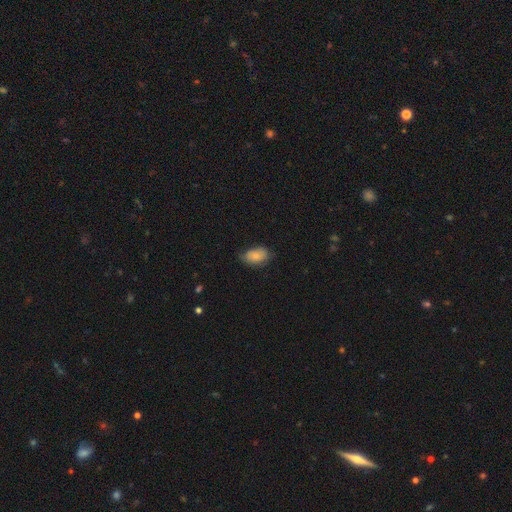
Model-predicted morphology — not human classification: smooth_or_featured: smooth (p=0.77) [alt: featured or disk p=0.16]
how_rounded: in between (p=0.91) [alt: round p=0.07]
merging: none (p=0.64) [alt: minor disturbance p=0.29]